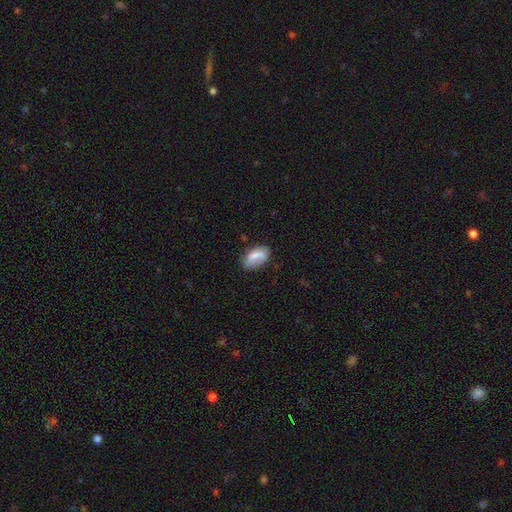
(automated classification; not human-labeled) This is likely a smooth galaxy (72%). How rounded: clearly in between (92%). Merging: likely none (61%).